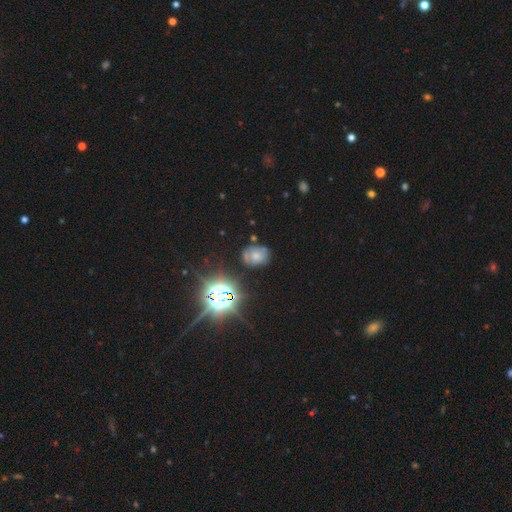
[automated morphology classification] Overall: smooth (46%; featured or disk 30%). Merging: none (71%).